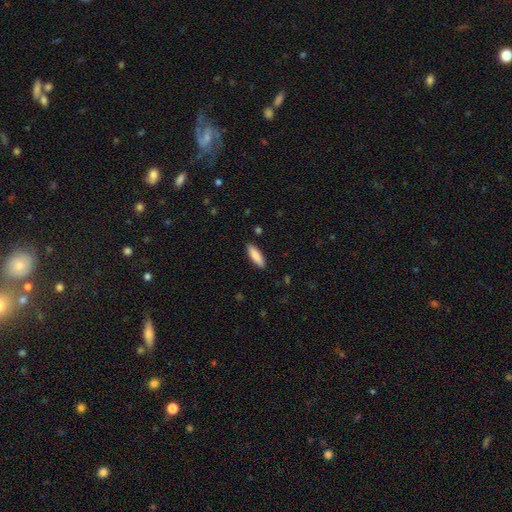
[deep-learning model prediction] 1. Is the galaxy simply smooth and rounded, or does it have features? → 86% smooth, 8% featured or disk, 6% star or artifact.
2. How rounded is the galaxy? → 49% in between (tied), 49% cigar-shaped (tied), 1% round.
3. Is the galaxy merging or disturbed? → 88% none, 9% minor disturbance, 2% major disturbance, 1% merger.